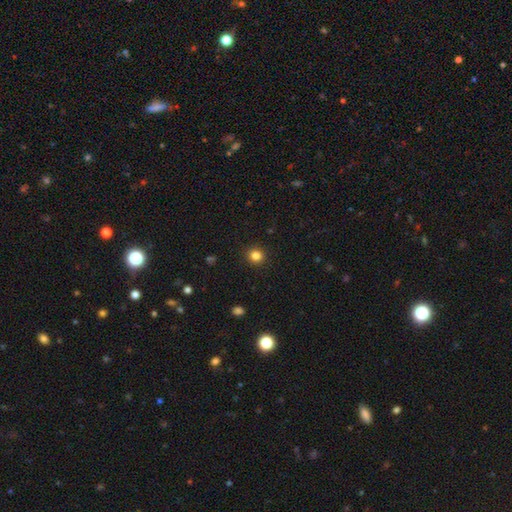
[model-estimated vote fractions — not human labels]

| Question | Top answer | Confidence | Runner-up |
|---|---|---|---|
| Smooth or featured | smooth | 84% | star or artifact (12%) |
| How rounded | round | 89% | in between (10%) |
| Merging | none | 92% | minor disturbance (5%) |